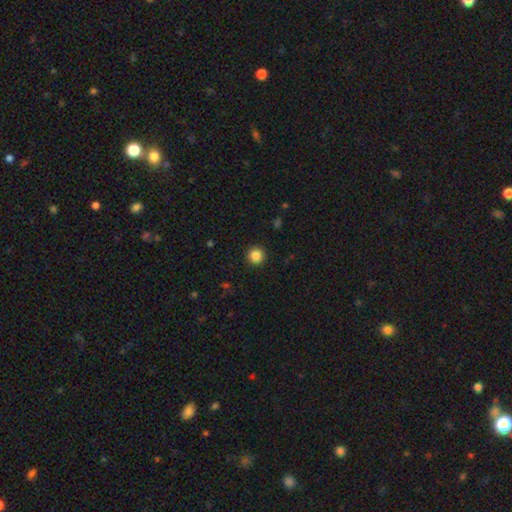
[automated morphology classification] The model was most divided on "smooth or featured": smooth: 86%, star or artifact: 11%, featured or disk: 3%. More confident: how rounded — round (96%); merging — none (93%).